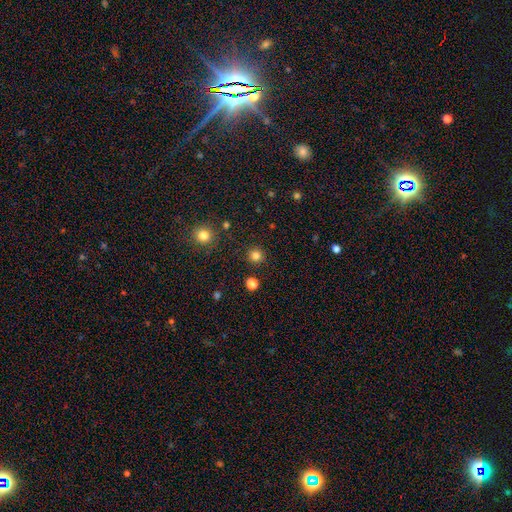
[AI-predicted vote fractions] smooth_or_featured: smooth (p=0.81) [alt: star or artifact p=0.14]
how_rounded: round (p=0.94) [alt: in between p=0.05]
merging: none (p=0.90) [alt: minor disturbance p=0.05]